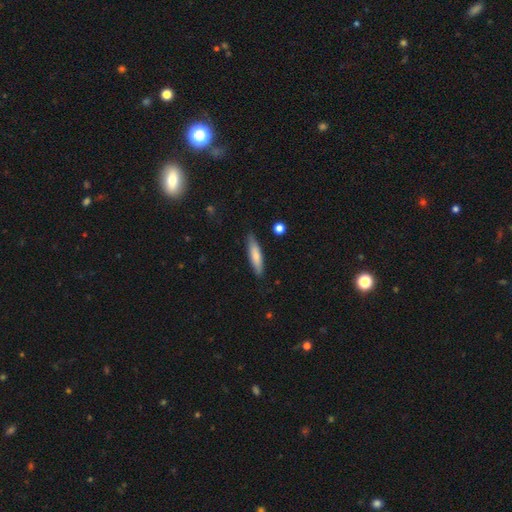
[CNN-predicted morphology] smooth_or_featured: smooth (p=0.73) [alt: featured or disk p=0.21]
how_rounded: cigar-shaped (p=0.80) [alt: in between p=0.18]
merging: none (p=0.85) [alt: minor disturbance p=0.11]